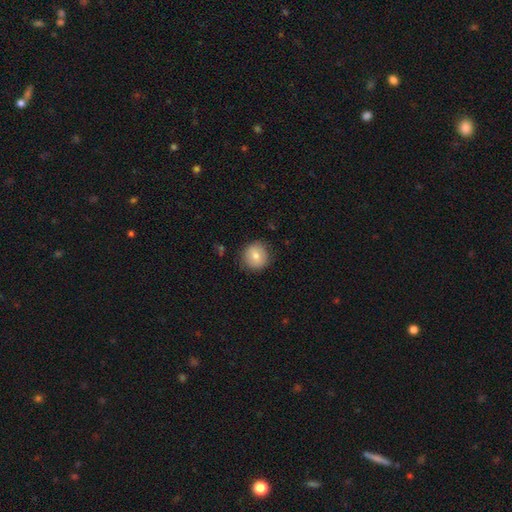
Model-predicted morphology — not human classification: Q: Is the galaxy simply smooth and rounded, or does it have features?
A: smooth — 78%.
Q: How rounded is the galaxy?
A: round — 90%.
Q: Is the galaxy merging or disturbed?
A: none — 84%.